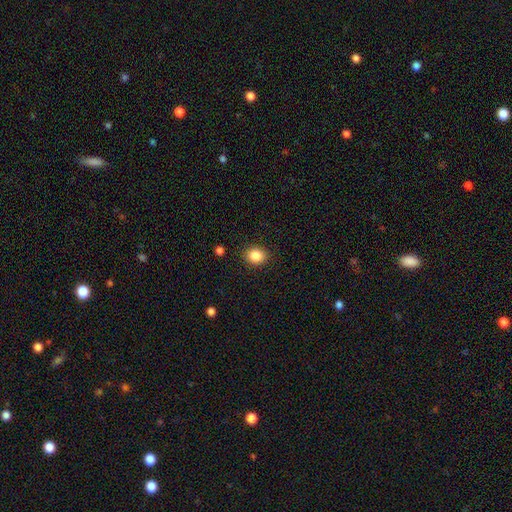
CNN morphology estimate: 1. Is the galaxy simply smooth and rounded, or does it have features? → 87% smooth, 9% star or artifact, 4% featured or disk.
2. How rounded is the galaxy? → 55% round, 44% in between, 1% cigar-shaped.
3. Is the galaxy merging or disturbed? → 89% none, 7% minor disturbance, 2% major disturbance, 1% merger.